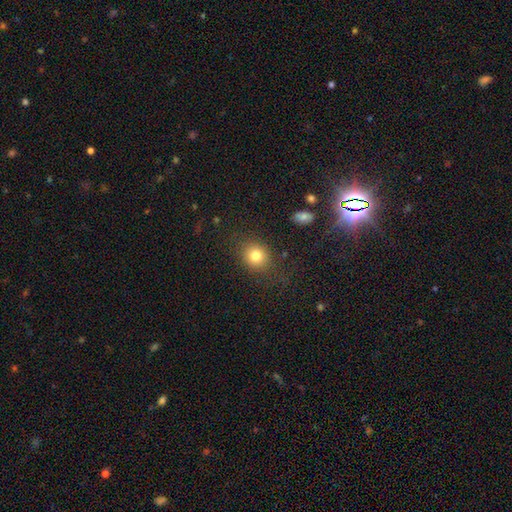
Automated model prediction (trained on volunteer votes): smooth-or-featured: smooth: 80% | star or artifact: 12% | featured or disk: 8%
  how-rounded: round: 77% | in between: 22% | cigar-shaped: 1%
  merging: none: 82% | minor disturbance: 11% | major disturbance: 5% | merger: 2%